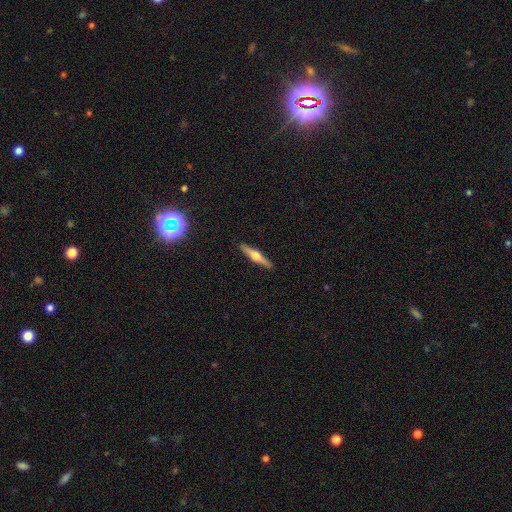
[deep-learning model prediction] The model was most divided on "smooth or featured": featured or disk: 62%, smooth: 33%, star or artifact: 6%. More confident: edge-on disk — yes (97%); edge-on bulge — rounded (93%); merging — none (91%).